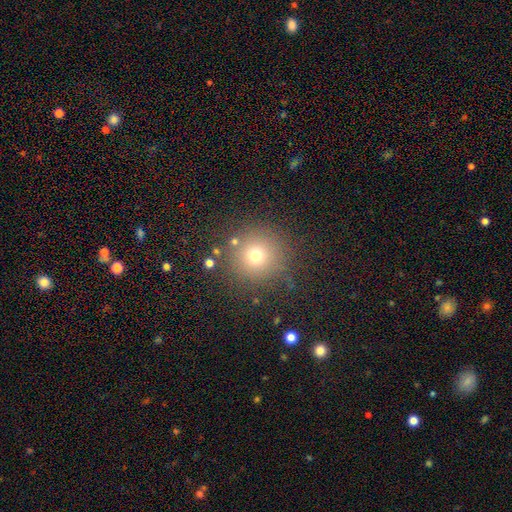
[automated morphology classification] smooth-or-featured: smooth: 69% | star or artifact: 20% | featured or disk: 11%
  how-rounded: round: 95% | in between: 4% | cigar-shaped: 1%
  merging: none: 83% | minor disturbance: 9% | major disturbance: 5% | merger: 3%